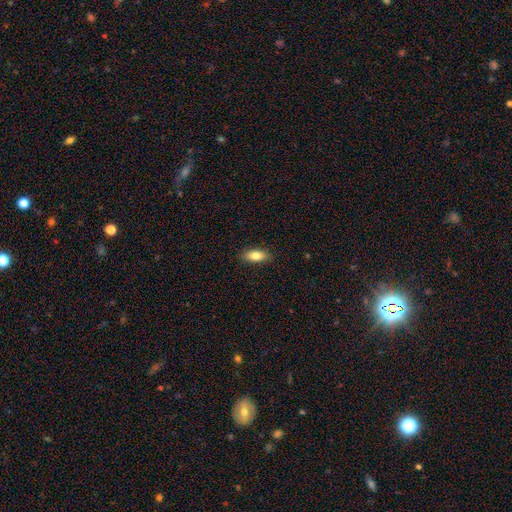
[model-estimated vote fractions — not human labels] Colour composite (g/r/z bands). It shows a smooth galaxy with no disk features (82%) that is in between round and cigar-shaped (81%). Merging: none (88%).